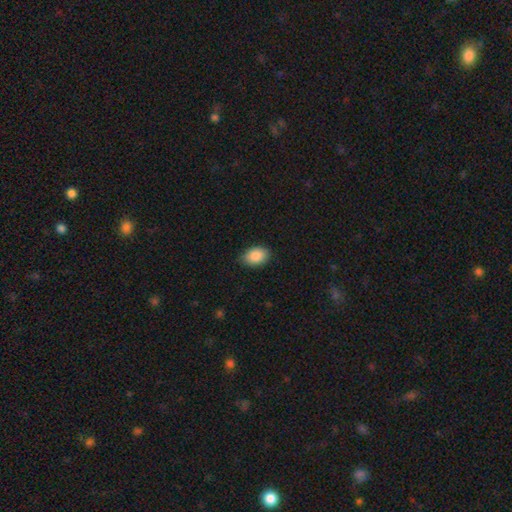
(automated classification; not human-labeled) Q: Smooth or featured?
A: smooth (89%); runner-up: star or artifact (7%)
Q: How rounded?
A: in between (87%); runner-up: round (12%)
Q: Merging?
A: none (83%); runner-up: minor disturbance (14%)